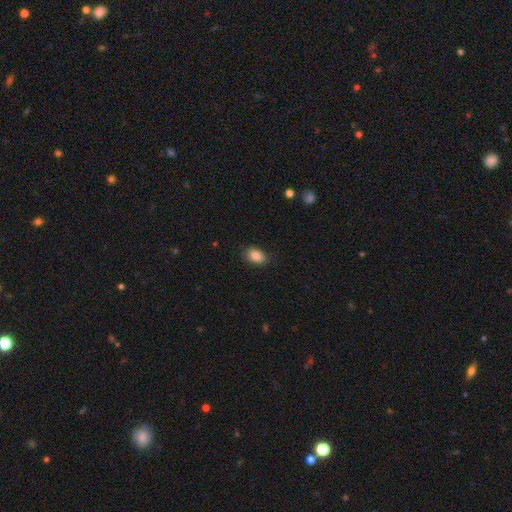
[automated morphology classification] type=smooth (87%); roundness=in between (82%); merging=none (82%).